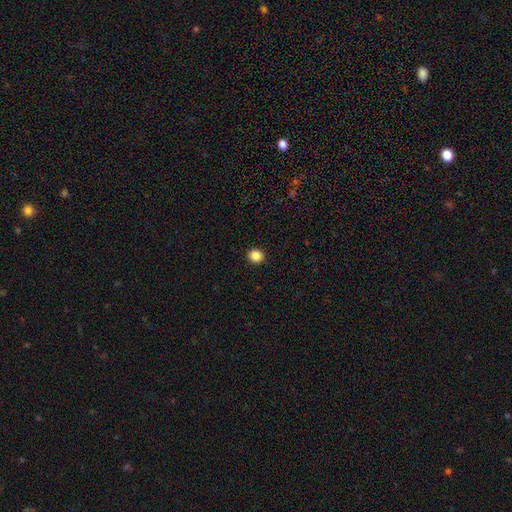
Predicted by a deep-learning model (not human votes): Morphology: type=smooth (87%); roundness=round (83%); merging=none (92%).